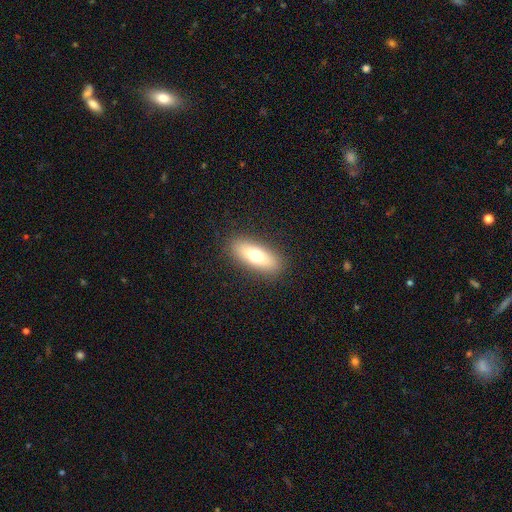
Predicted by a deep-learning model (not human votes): Overall: smooth (68%). How rounded: in between (65%; cigar-shaped 31%). Merging: none (88%).